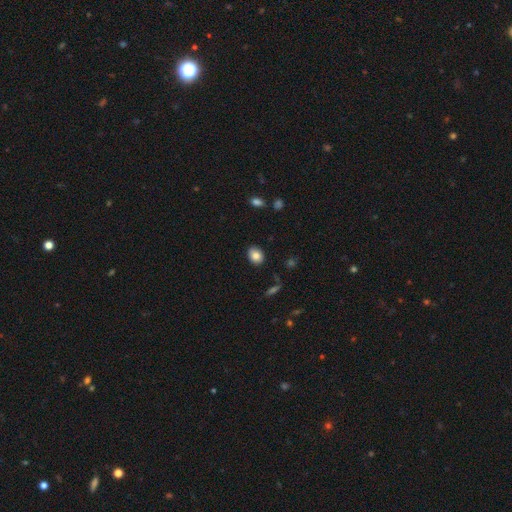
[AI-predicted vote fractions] Smooth or featured? Predicted: smooth (p=0.83). How rounded? Predicted: in between (p=0.61). Merging? Predicted: none (p=0.87).